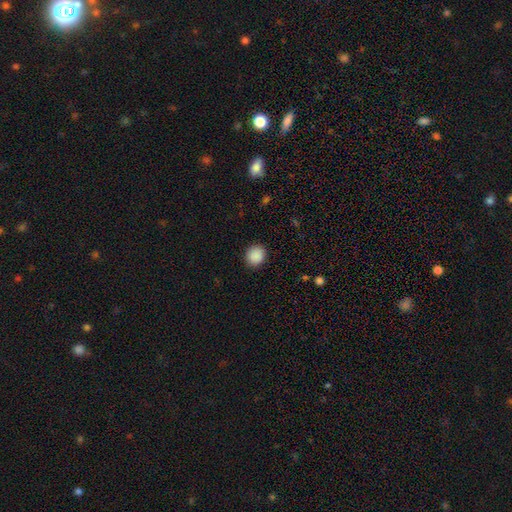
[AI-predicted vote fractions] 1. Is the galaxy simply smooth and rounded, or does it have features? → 89% smooth, 8% star or artifact, 2% featured or disk.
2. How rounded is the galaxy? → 83% round, 16% in between, 1% cigar-shaped.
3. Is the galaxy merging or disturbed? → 90% none, 6% minor disturbance, 2% major disturbance, 1% merger.